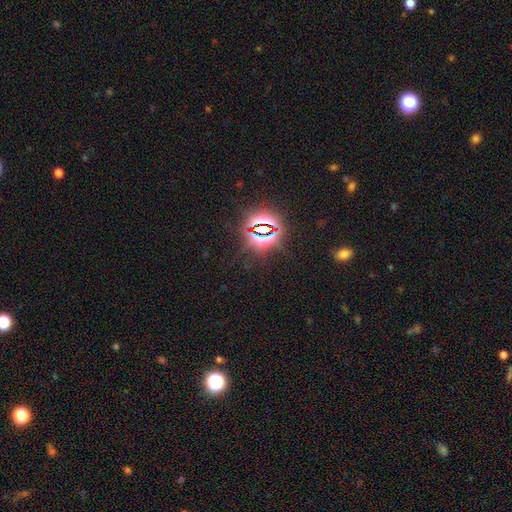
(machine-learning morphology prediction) Smooth or featured?
  - star or artifact: 82% *
  - smooth: 12%
  - featured or disk: 7%